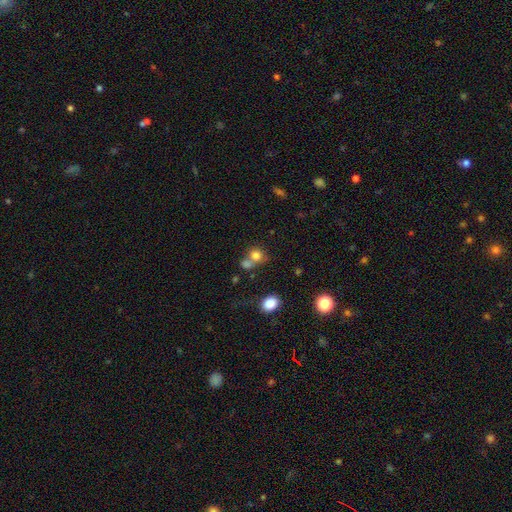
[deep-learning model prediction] Q: Smooth or featured?
A: smooth (78%); runner-up: star or artifact (13%)
Q: How rounded?
A: round (80%); runner-up: in between (19%)
Q: Merging?
A: none (45%); runner-up: merger (40%)